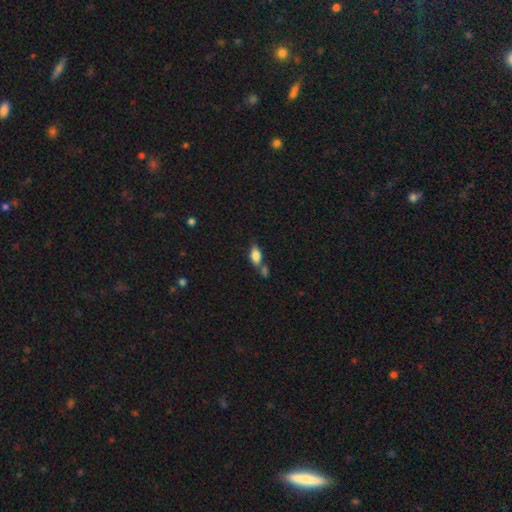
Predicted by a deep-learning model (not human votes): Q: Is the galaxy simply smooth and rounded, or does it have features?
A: smooth — 81%.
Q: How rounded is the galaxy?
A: in between — 87%.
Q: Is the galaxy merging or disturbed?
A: none — 49%.